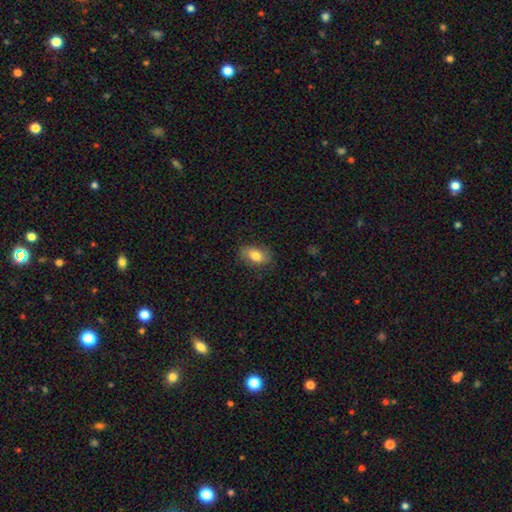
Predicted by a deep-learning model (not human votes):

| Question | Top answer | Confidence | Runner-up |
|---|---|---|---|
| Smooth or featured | smooth | 76% | featured or disk (16%) |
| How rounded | in between | 87% | round (10%) |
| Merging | none | 79% | minor disturbance (16%) |